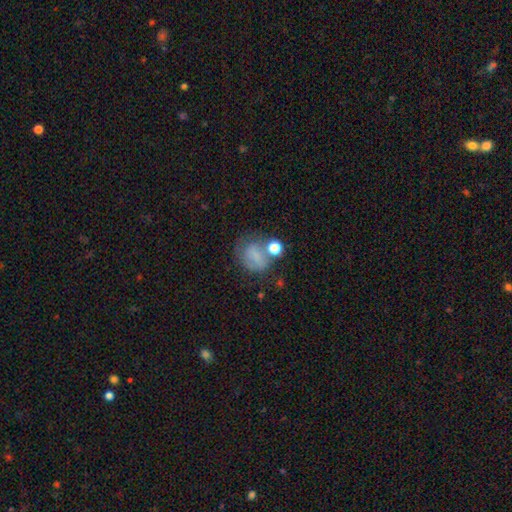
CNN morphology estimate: Q: Smooth or featured?
A: smooth (62%); runner-up: featured or disk (22%)
Q: How rounded?
A: round (59%); runner-up: in between (40%)
Q: Merging?
A: none (43%); runner-up: minor disturbance (23%)